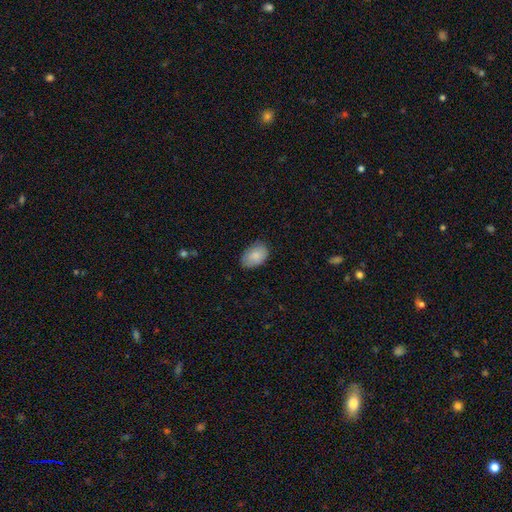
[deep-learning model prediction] smooth_or_featured: smooth (p=0.86) [alt: featured or disk p=0.08]
how_rounded: in between (p=0.89) [alt: round p=0.10]
merging: none (p=0.79) [alt: minor disturbance p=0.17]